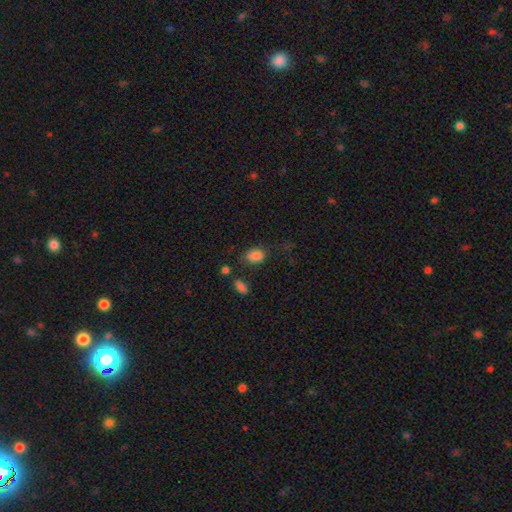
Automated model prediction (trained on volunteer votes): Q: Smooth or featured?
A: smooth (84%); runner-up: star or artifact (10%)
Q: How rounded?
A: in between (79%); runner-up: round (20%)
Q: Merging?
A: none (63%); runner-up: minor disturbance (22%)